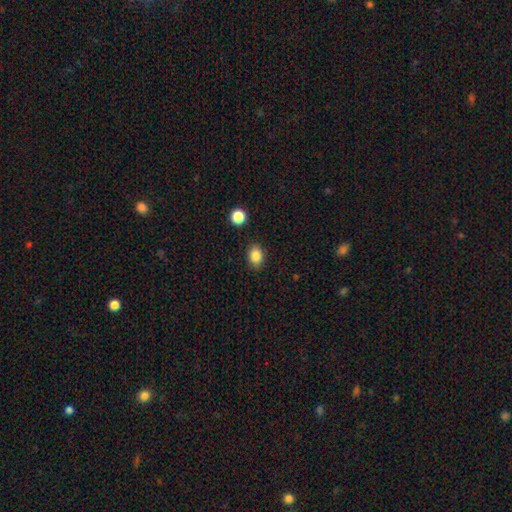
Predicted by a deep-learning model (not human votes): smooth-or-featured: smooth: 86% | star or artifact: 10% | featured or disk: 4%
  how-rounded: in between: 65% | round: 33% | cigar-shaped: 1%
  merging: none: 86% | minor disturbance: 10% | major disturbance: 3% | merger: 2%